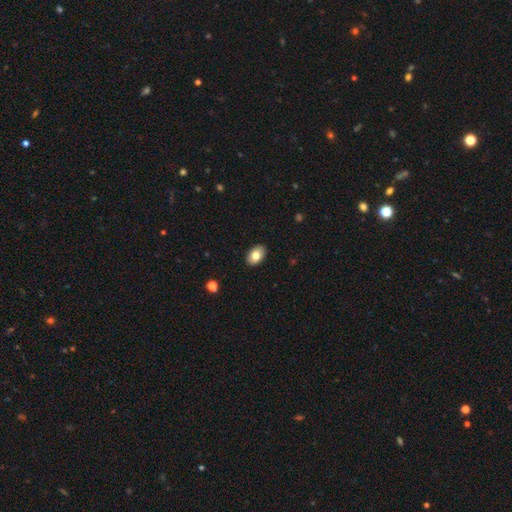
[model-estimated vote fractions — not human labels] Smooth or featured?
  - smooth: 80% *
  - featured or disk: 13%
  - star or artifact: 7%
How rounded?
  - in between: 88% *
  - round: 11%
  - cigar-shaped: 1%
Merging?
  - none: 90% *
  - minor disturbance: 8%
  - major disturbance: 2%
  - merger: 1%